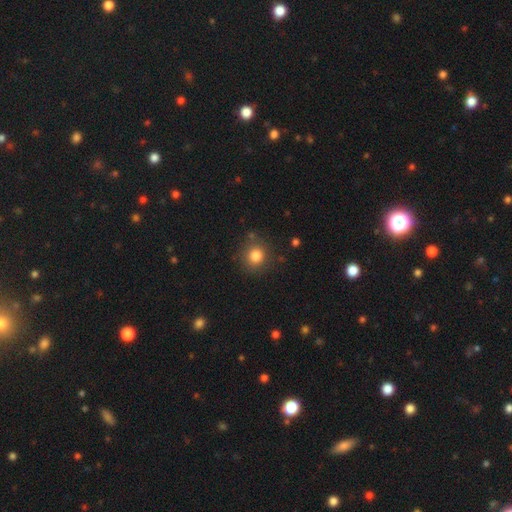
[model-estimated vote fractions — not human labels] smooth-or-featured: smooth: 82% | star or artifact: 11% | featured or disk: 6%
  how-rounded: round: 89% | in between: 10% | cigar-shaped: 1%
  merging: none: 84% | minor disturbance: 10% | major disturbance: 3% | merger: 3%